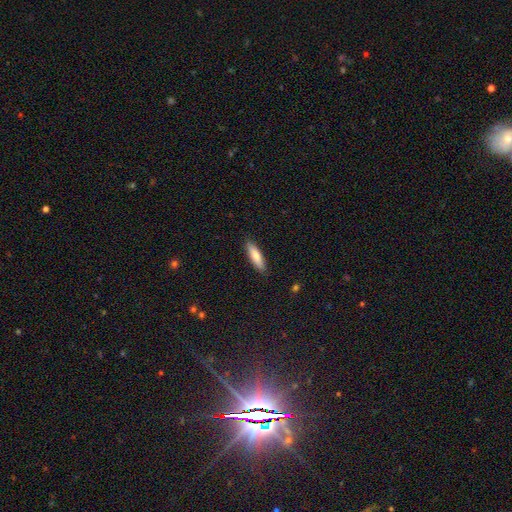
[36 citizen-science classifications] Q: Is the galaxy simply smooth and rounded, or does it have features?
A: smooth — 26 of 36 (72%).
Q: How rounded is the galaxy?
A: cigar-shaped — 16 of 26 (62%).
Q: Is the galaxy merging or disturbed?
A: none — 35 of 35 (100%).